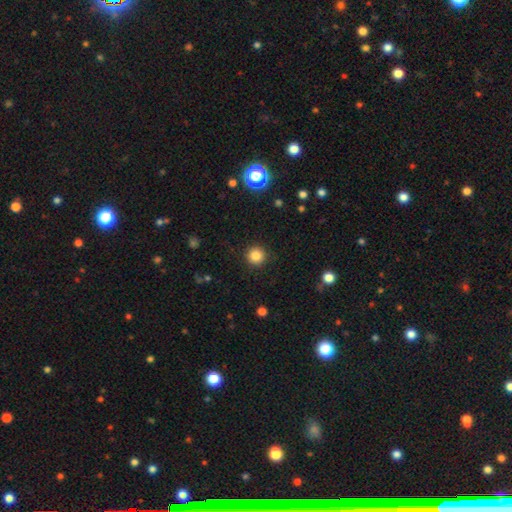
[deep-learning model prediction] Smooth or featured? smooth (84%)
How rounded? round (95%)
Merging? none (91%)